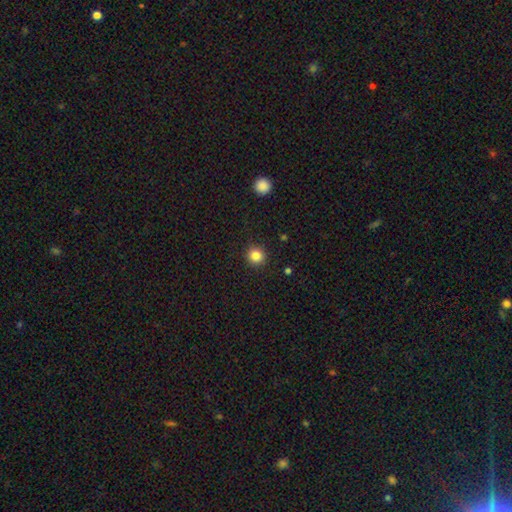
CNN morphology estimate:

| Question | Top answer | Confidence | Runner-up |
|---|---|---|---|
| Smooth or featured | smooth | 84% | star or artifact (11%) |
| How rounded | round | 93% | in between (6%) |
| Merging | none | 91% | minor disturbance (6%) |